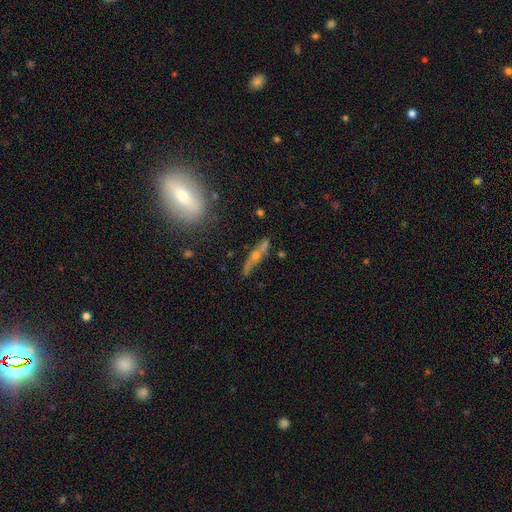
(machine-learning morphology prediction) featured or disk 59%, smooth 31%, star or artifact 10%. Down the decision tree: edge-on disk — yes (83%); merging — none (72%).